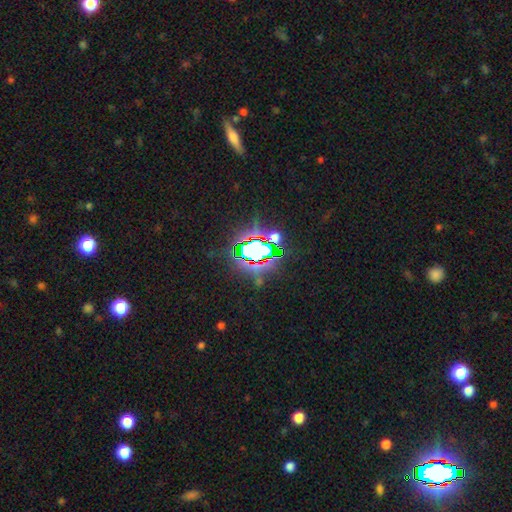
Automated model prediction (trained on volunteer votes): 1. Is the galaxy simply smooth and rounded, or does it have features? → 74% star or artifact, 15% smooth, 12% featured or disk.